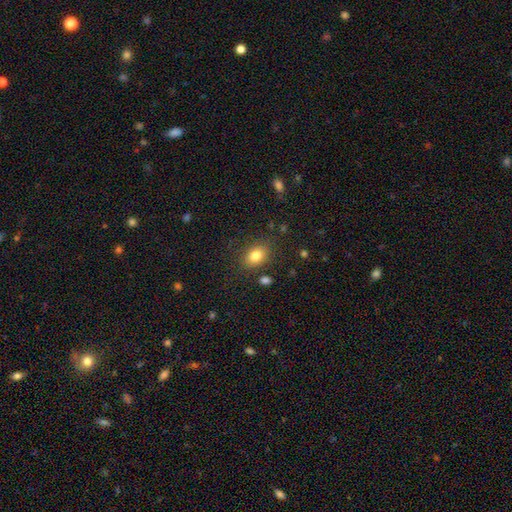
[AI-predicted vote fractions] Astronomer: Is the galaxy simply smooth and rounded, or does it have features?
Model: smooth — 82%.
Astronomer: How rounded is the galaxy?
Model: in between — 71%.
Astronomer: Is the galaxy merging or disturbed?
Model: none — 81%.